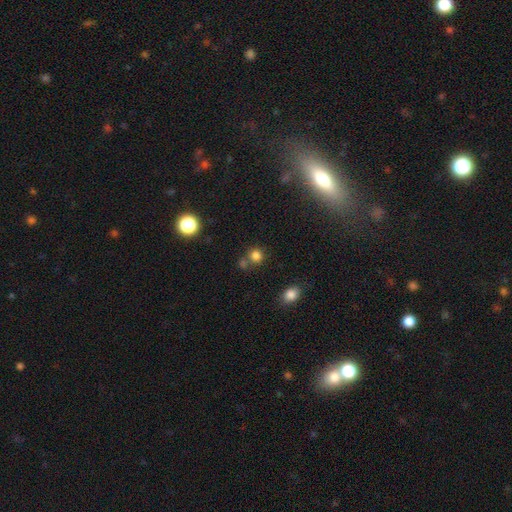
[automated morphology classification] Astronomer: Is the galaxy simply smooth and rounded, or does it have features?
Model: smooth — 78%.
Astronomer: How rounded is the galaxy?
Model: round — 87%.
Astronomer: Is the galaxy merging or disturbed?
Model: none — 63%.